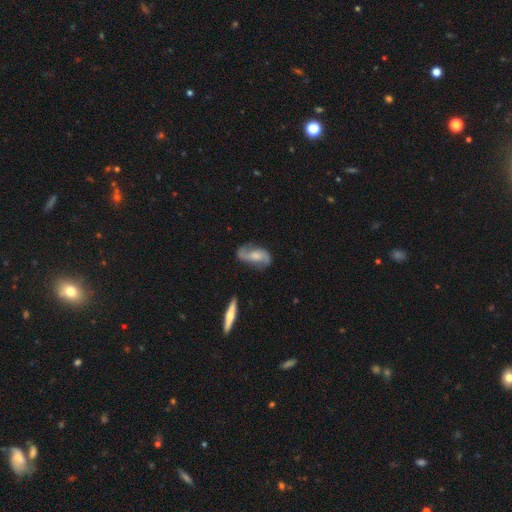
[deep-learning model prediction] Morphology: type=featured or disk (79%); edge-on=no (94%); bar=no (48%); spiral arms=yes (95%); winding=loose (51%); arm count=2 (91%); bulge=moderate (43%); merging=none (74%).